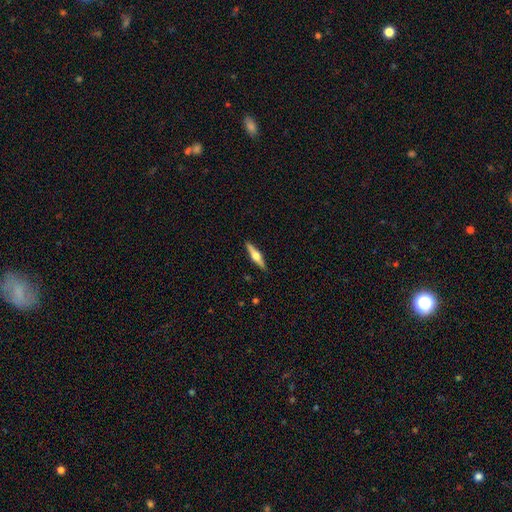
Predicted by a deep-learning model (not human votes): smooth-or-featured: featured or disk: 66% | smooth: 29% | star or artifact: 5%
  disk-edge-on: yes: 97% | no: 3%
    edge-on-bulge: rounded: 94% | boxy: 4% | none: 2%
  merging: none: 90% | minor disturbance: 7% | major disturbance: 1% | merger: 1%